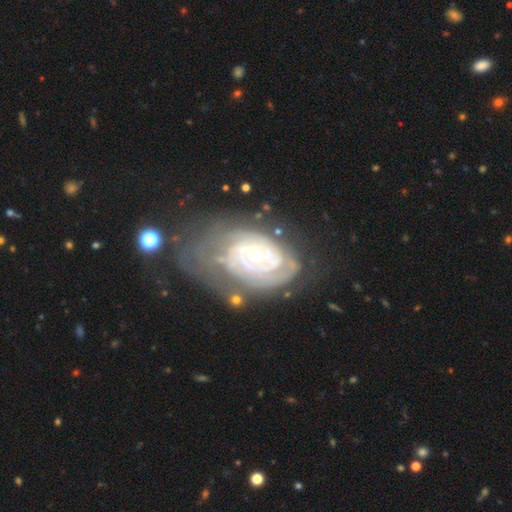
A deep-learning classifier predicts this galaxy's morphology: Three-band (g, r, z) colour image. It shows a featured or disk galaxy (88%) with no bar (59%), 2 (33%) tight (80%) spiral arms (96%) and a moderate central bulge (49%). Merging: none (44%).